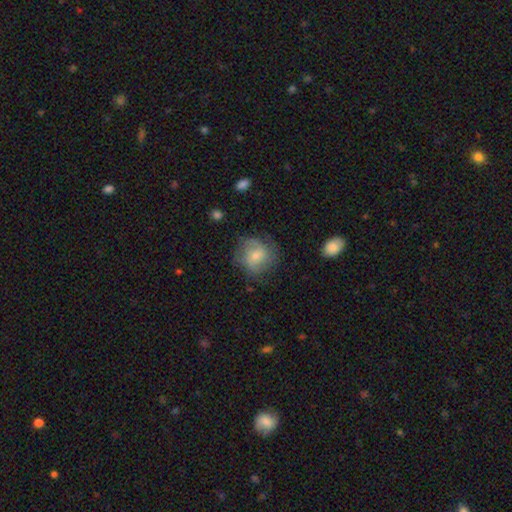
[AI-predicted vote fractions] A smooth galaxy with no disk features (49%).

Vote fractions:
- Smooth or featured? smooth: 49% / featured or disk: 43% / star or artifact: 8%
- Merging? none: 68% / minor disturbance: 20% / major disturbance: 10% / merger: 2%